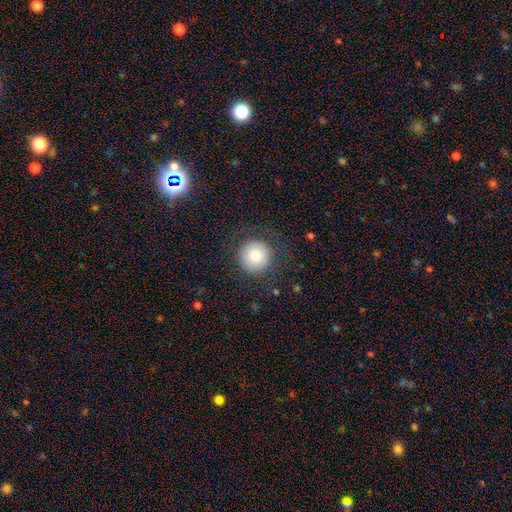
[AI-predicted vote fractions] This is likely a smooth galaxy (78%). How rounded: clearly round (96%). Merging: likely none (79%).